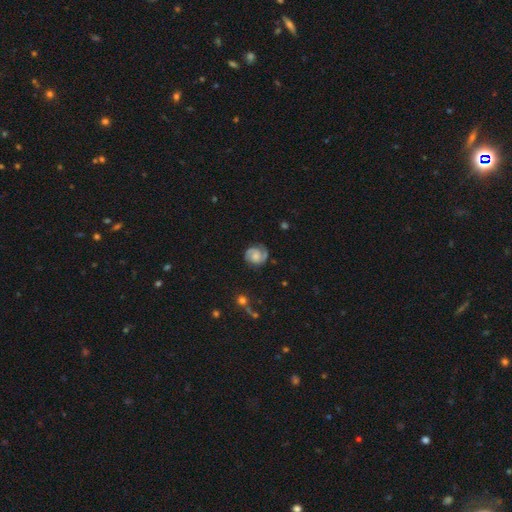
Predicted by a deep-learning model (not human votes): The model was most divided on "bulge size" (2-way tie): small: 36%, moderate: 36%, none: 19%, large: 7%, dominant: 2%. Remaining: edge-on disk — no (98%); spiral arms — yes (96%); spiral arm count — 2 (86%); smooth or featured — featured or disk (78%); merging — none (77%); bar — no (61%); spiral winding — tight (47%).